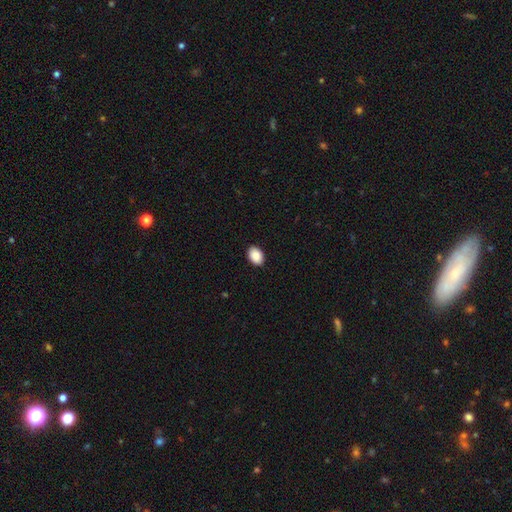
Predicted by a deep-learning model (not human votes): smooth 89%, star or artifact 7%, featured or disk 4%. Down the decision tree: how rounded — in between (84%); merging — none (90%).